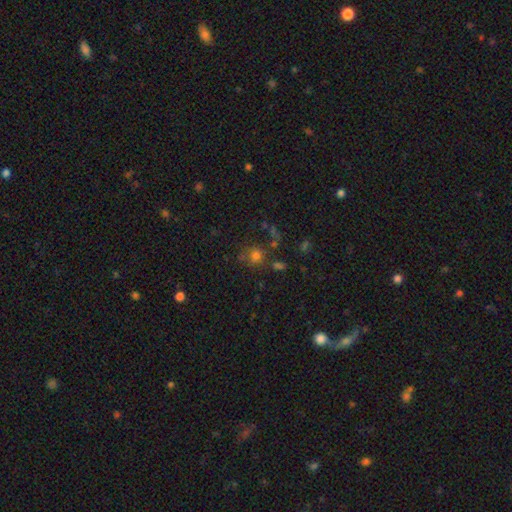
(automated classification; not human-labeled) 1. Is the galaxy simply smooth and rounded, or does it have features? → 68% smooth, 23% star or artifact, 9% featured or disk.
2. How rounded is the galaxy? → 83% round, 16% in between, 1% cigar-shaped.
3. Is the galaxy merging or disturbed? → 64% none, 15% merger, 13% minor disturbance, 8% major disturbance.